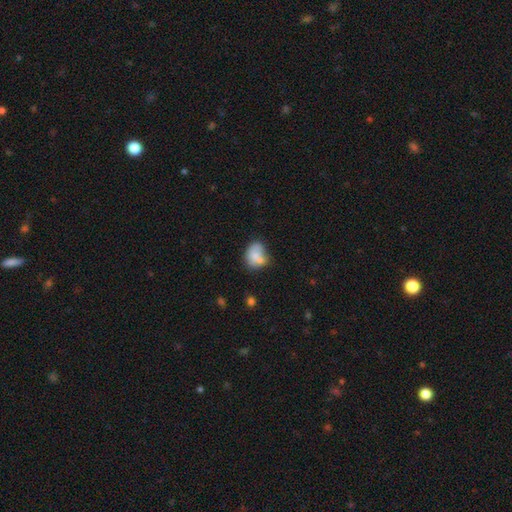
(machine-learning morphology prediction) The model was most divided on "merging": none: 38%, merger: 27%, minor disturbance: 25%, major disturbance: 10%. More confident: smooth or featured — smooth (76%); how rounded — in between (59%).